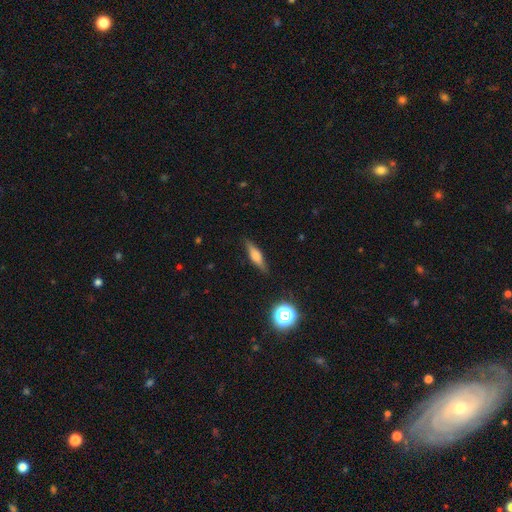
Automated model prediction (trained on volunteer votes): smooth 53%, featured or disk 38%, star or artifact 9%. Down the decision tree: how rounded — cigar-shaped (66%); merging — none (84%).